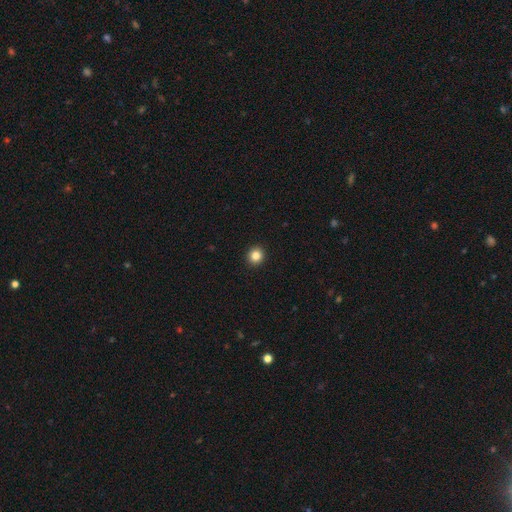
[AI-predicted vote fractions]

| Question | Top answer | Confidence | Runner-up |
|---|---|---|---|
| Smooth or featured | smooth | 84% | star or artifact (11%) |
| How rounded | round | 92% | in between (7%) |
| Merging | none | 94% | minor disturbance (4%) |